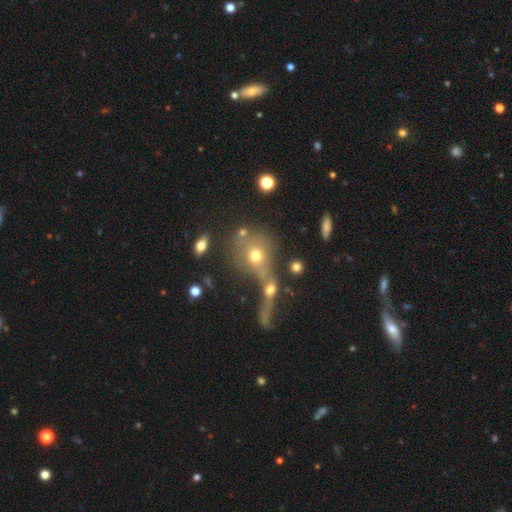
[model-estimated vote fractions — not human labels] This is likely a smooth galaxy (61%). How rounded: likely round (71%). Merging: possibly merger (47%).